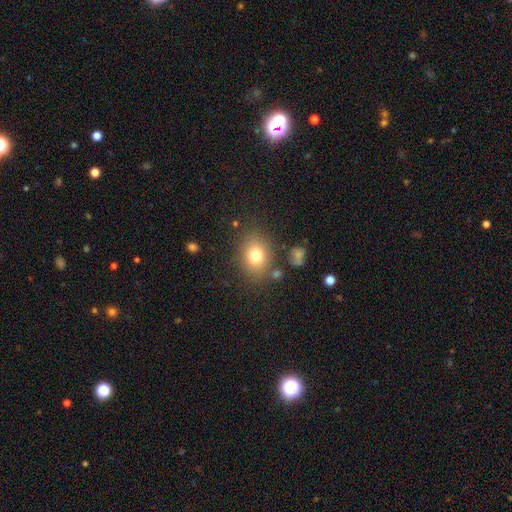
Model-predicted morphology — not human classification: Smooth or featured: smooth — 76% (star or artifact — 12%)
How rounded: in between — 54% (round — 45%)
Merging: none — 79% (minor disturbance — 12%)